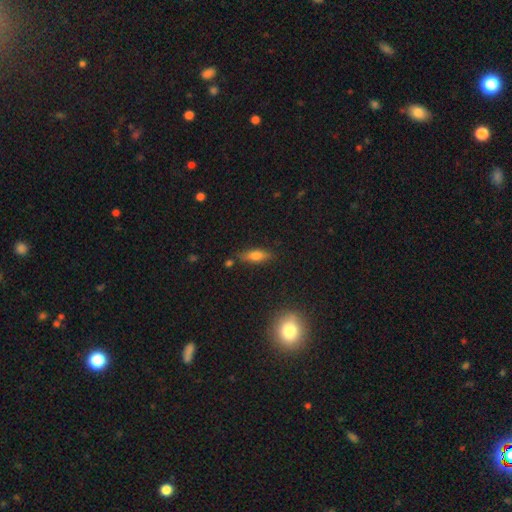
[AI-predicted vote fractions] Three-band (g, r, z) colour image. It shows a smooth galaxy with no disk features (63%) that is in between round and cigar-shaped (55%). Merging: none (79%).